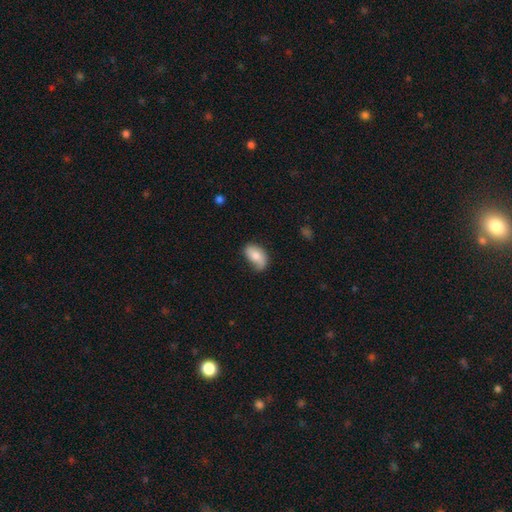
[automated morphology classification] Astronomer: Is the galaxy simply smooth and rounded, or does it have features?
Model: smooth — 70%.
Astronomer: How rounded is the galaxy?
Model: in between — 92%.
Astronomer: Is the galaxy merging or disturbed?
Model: none — 55% (runner-up: minor disturbance, 33%).